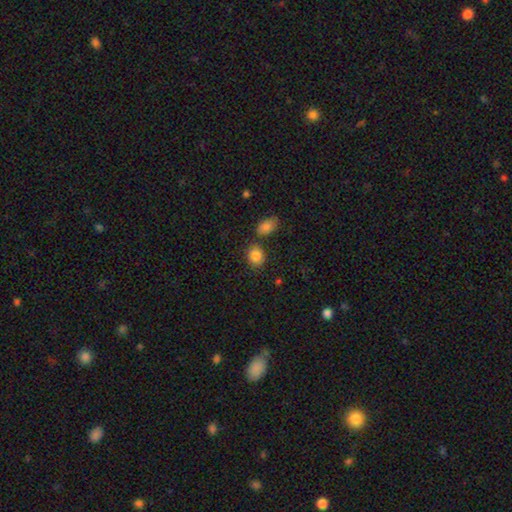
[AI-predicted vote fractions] This is clearly a smooth galaxy (86%). How rounded: possibly round (57%). Merging: likely none (74%).